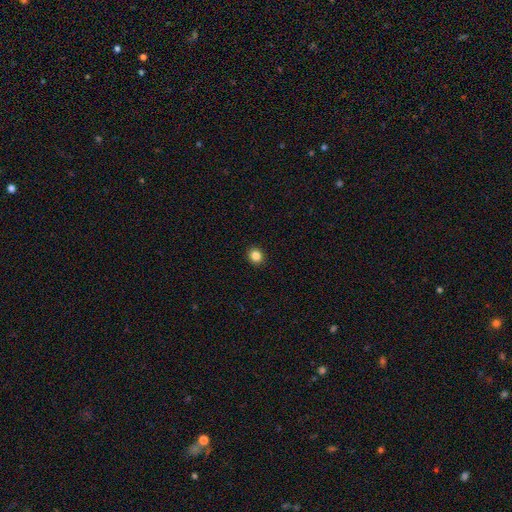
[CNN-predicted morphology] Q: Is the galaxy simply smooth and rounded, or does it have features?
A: smooth — 85%.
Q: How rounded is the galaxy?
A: round — 82%.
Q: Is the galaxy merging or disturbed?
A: none — 92%.